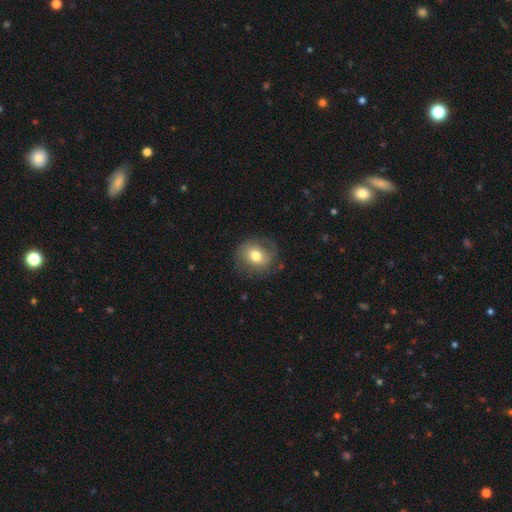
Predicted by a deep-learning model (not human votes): Smooth or featured: smooth — 65% (featured or disk — 27%)
How rounded: round — 75% (in between — 24%)
Merging: none — 74% (minor disturbance — 17%)